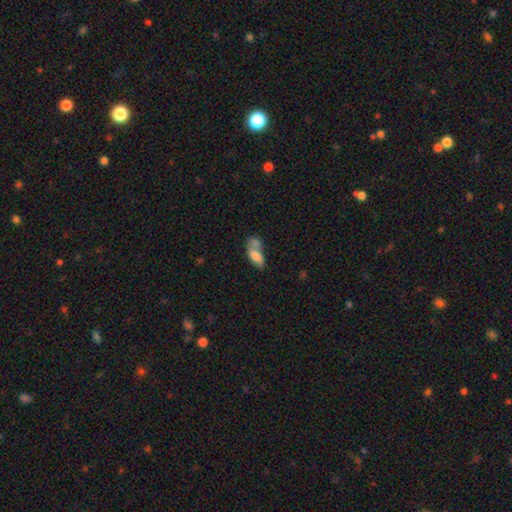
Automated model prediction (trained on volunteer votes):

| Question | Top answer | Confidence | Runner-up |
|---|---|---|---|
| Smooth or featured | smooth | 72% | featured or disk (20%) |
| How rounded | in between | 84% | cigar-shaped (12%) |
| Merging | merger | 51% | none (26%) |